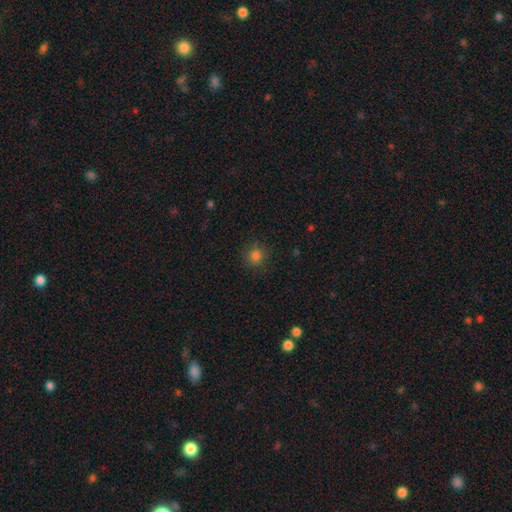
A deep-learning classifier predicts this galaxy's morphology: Smooth or featured? smooth (82%)
How rounded? round (91%)
Merging? none (88%)